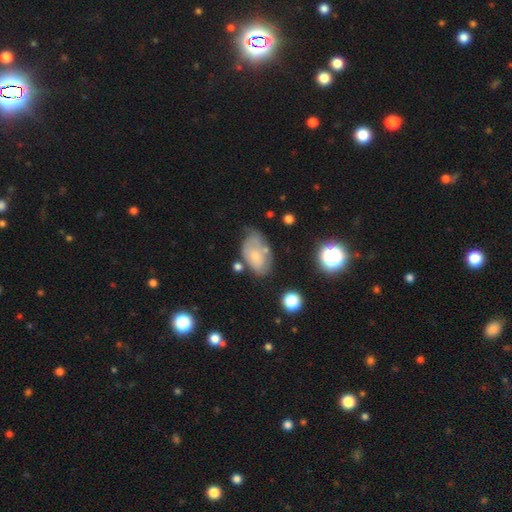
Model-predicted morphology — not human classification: A smooth galaxy with no disk features (50%) that is in between round and cigar-shaped (89%).

Vote fractions:
- Smooth or featured? smooth: 50% / featured or disk: 40% / star or artifact: 10%
- How rounded? in between: 89% / round: 9% / cigar-shaped: 1%
- Merging? none: 47% / minor disturbance: 31% / major disturbance: 12% / merger: 10%